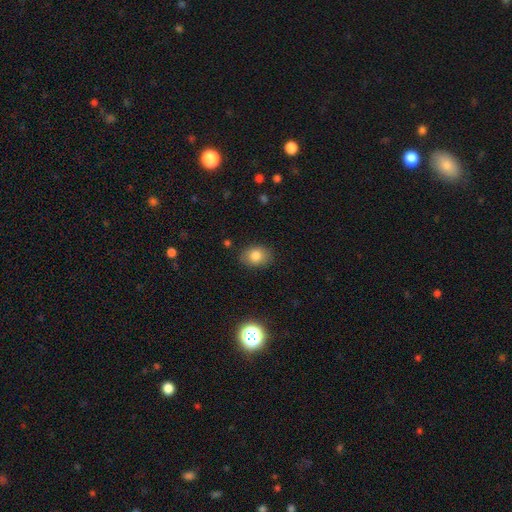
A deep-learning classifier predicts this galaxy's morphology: smooth-or-featured: smooth: 81% | star or artifact: 10% | featured or disk: 9%
  how-rounded: in between: 69% | round: 30% | cigar-shaped: 1%
  merging: none: 86% | minor disturbance: 10% | major disturbance: 3% | merger: 1%